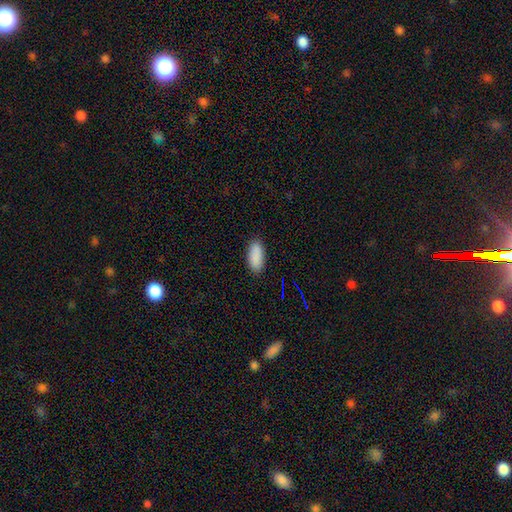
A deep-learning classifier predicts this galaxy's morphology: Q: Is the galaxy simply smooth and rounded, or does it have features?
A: smooth — 90%.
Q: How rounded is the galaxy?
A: in between — 87%.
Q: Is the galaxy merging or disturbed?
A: none — 89%.